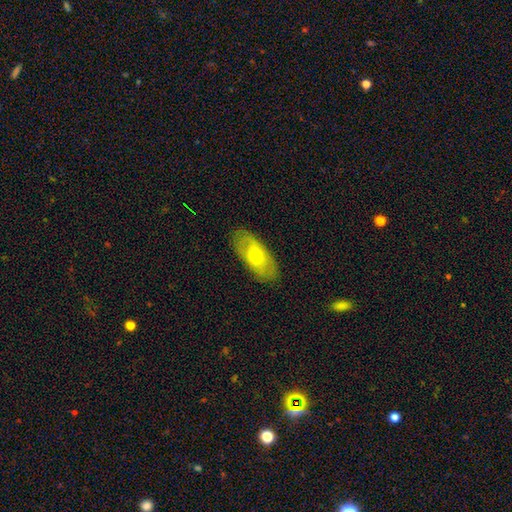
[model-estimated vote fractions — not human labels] A smooth galaxy with no disk features (56%) that is in between round and cigar-shaped (85%). Merging: none (81%).